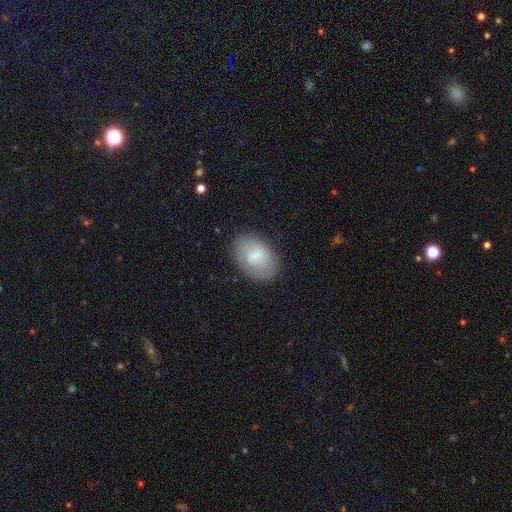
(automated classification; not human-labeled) This appears to be a smooth galaxy with no disk features (63%) that is in between round and cigar-shaped (83%). Merging: none (77%).